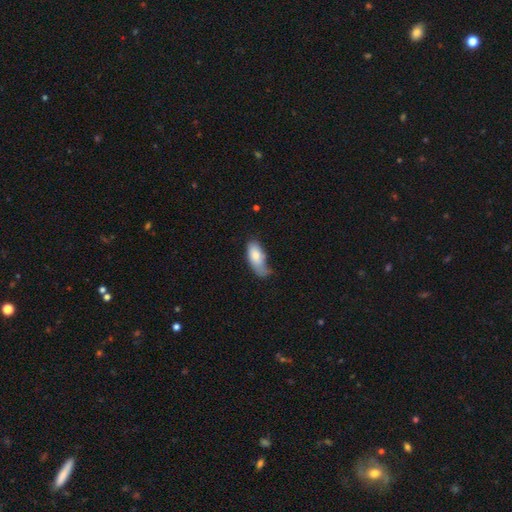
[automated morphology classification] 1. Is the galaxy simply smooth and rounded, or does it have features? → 76% smooth, 18% featured or disk, 6% star or artifact.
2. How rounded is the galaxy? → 88% in between, 10% cigar-shaped, 3% round.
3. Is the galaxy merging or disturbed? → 40% minor disturbance, 35% none, 19% major disturbance, 5% merger.